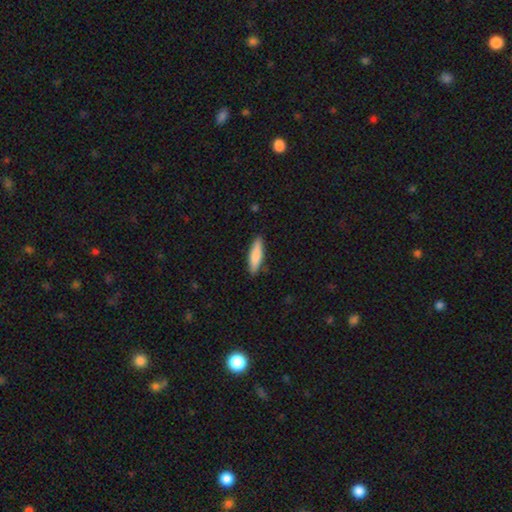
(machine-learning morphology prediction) Q: Smooth or featured?
A: smooth (83%); runner-up: featured or disk (11%)
Q: How rounded?
A: cigar-shaped (68%); runner-up: in between (30%)
Q: Merging?
A: none (86%); runner-up: minor disturbance (10%)